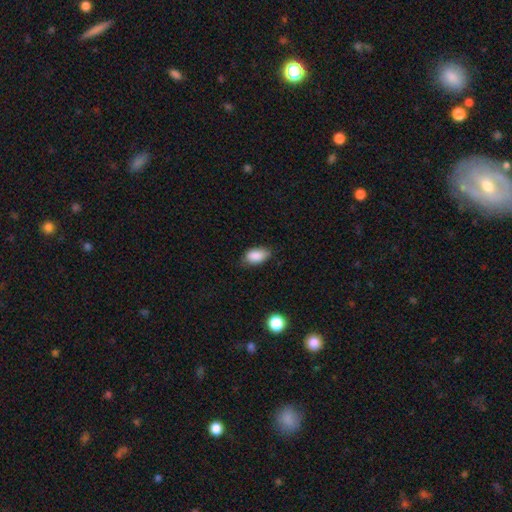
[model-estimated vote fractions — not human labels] Overall: smooth (87%). How rounded: in between (91%). Merging: none (71%).